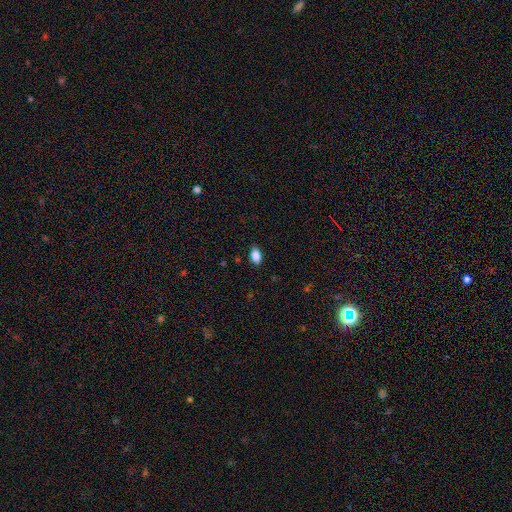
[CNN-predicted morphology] Smooth or featured?
  - smooth: 87% *
  - star or artifact: 8%
  - featured or disk: 5%
How rounded?
  - in between: 90% *
  - round: 8%
  - cigar-shaped: 2%
Merging?
  - none: 86% *
  - minor disturbance: 11%
  - major disturbance: 2%
  - merger: 1%